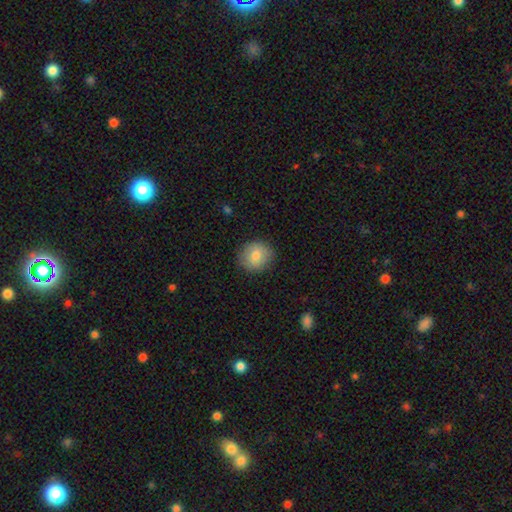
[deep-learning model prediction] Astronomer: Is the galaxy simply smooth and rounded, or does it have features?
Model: smooth — 80%.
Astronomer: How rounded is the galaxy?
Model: round — 83%.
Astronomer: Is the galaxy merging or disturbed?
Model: none — 86%.